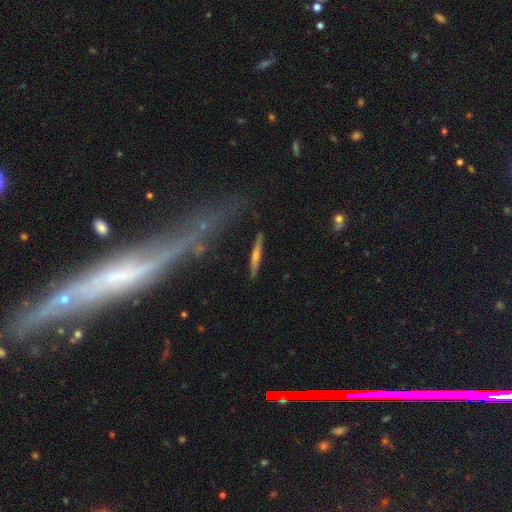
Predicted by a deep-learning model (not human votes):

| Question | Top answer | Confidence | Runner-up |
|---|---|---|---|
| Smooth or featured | featured or disk | 51% | smooth (42%) |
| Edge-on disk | yes | 92% | no (8%) |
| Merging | none | 82% | minor disturbance (11%) |